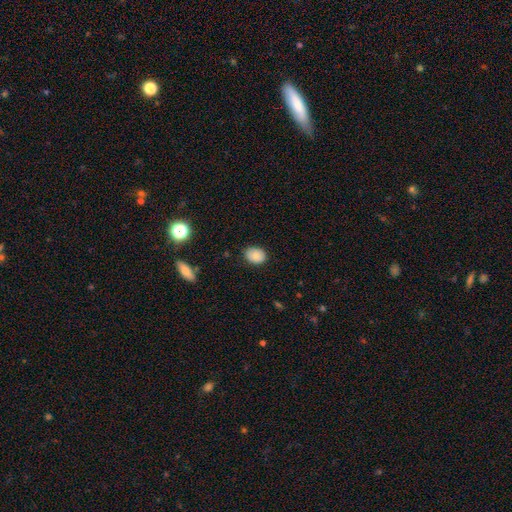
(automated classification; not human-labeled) smooth-or-featured: smooth: 82% | star or artifact: 9% | featured or disk: 9%
  how-rounded: in between: 63% | round: 36% | cigar-shaped: 1%
  merging: none: 82% | minor disturbance: 15% | major disturbance: 3% | merger: 1%